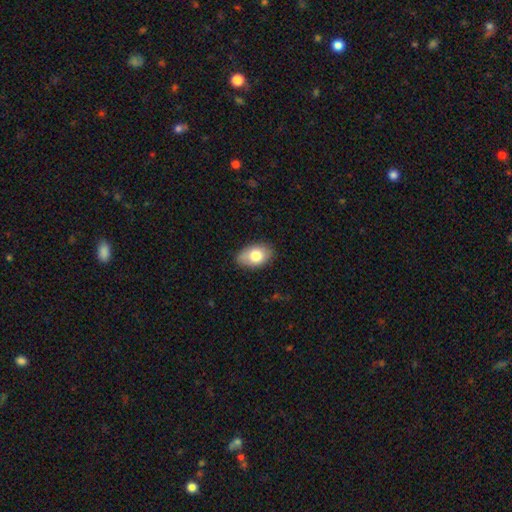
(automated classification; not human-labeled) smooth 78%, featured or disk 14%, star or artifact 7%. Down the decision tree: how rounded — in between (89%); merging — none (80%).